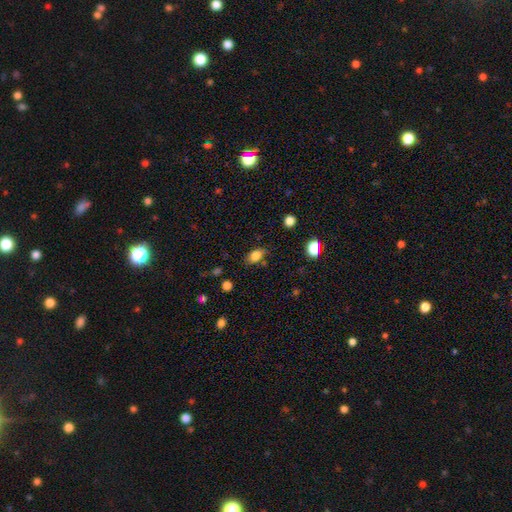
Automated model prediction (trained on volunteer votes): smooth 83%, star or artifact 10%, featured or disk 7%. Down the decision tree: how rounded — in between (81%); merging — none (73%).